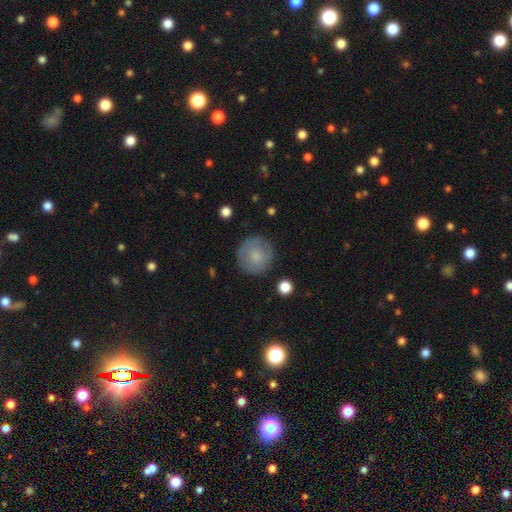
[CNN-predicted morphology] Smooth or featured?
  - smooth: 75% *
  - featured or disk: 18%
  - star or artifact: 7%
How rounded?
  - round: 94% *
  - in between: 5%
  - cigar-shaped: 1%
Merging?
  - none: 85% *
  - minor disturbance: 10%
  - major disturbance: 3%
  - merger: 1%